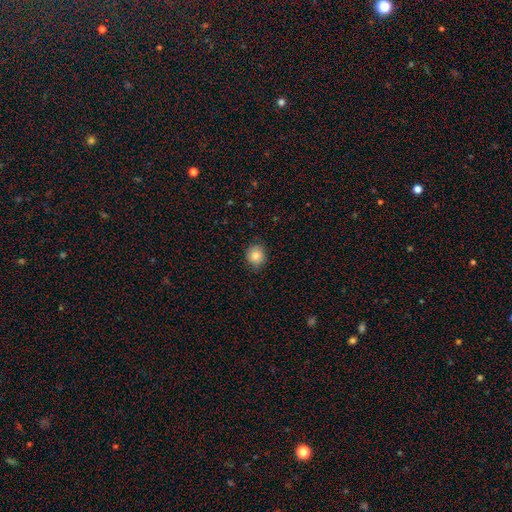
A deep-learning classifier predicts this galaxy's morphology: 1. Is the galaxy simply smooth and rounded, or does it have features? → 84% smooth, 9% star or artifact, 7% featured or disk.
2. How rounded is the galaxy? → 84% round, 15% in between, 1% cigar-shaped.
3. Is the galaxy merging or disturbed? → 85% none, 11% minor disturbance, 2% major disturbance, 1% merger.